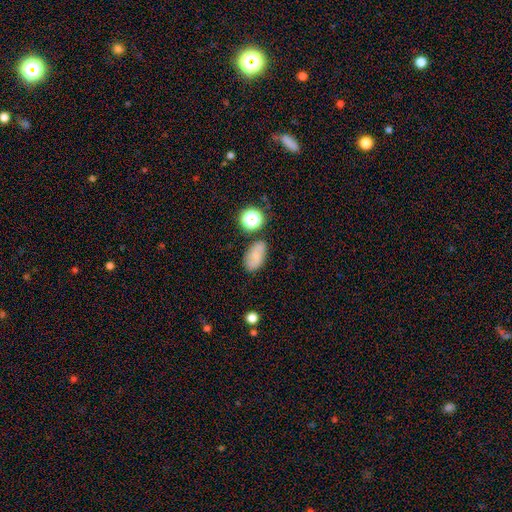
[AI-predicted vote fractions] A smooth galaxy with no disk features (69%) that is in between round and cigar-shaped (87%).

Vote fractions:
- Smooth or featured? smooth: 69% / featured or disk: 18% / star or artifact: 13%
- How rounded? in between: 87% / round: 10% / cigar-shaped: 3%
- Merging? none: 74% / minor disturbance: 16% / merger: 6% / major disturbance: 4%